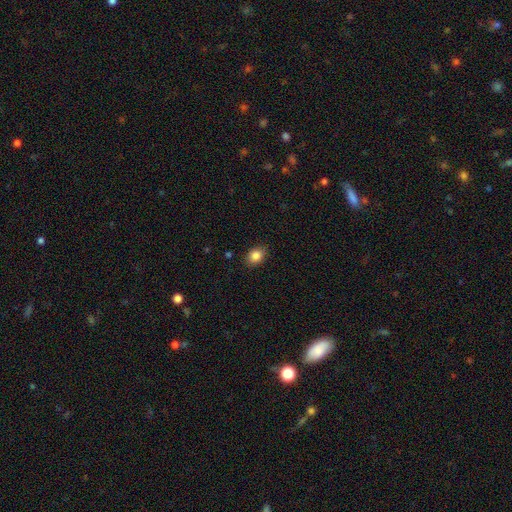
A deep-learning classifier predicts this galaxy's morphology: smooth-or-featured: smooth: 86% | star or artifact: 9% | featured or disk: 5%
  how-rounded: in between: 57% | round: 42% | cigar-shaped: 1%
  merging: none: 87% | minor disturbance: 10% | major disturbance: 2% | merger: 1%